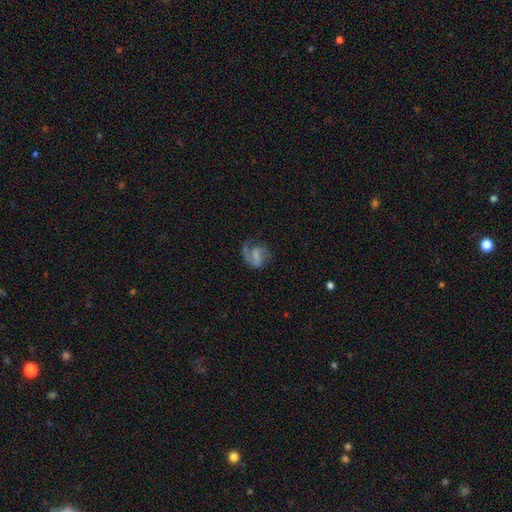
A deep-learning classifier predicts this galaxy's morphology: featured or disk 76%, smooth 17%, star or artifact 7%. Down the decision tree: edge-on disk — no (98%); bar — weak (51%); spiral arms — yes (93%); spiral arm count — 2 (68%); spiral winding — medium (50%); bulge size — small (40%); merging — none (58%).